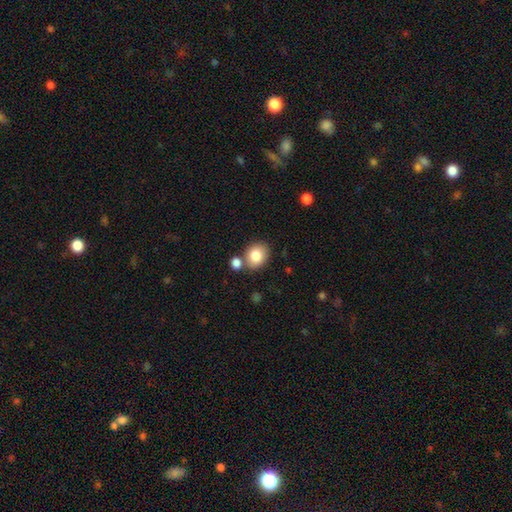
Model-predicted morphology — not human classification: type=smooth (82%); roundness=round (55%); merging=none (69%).